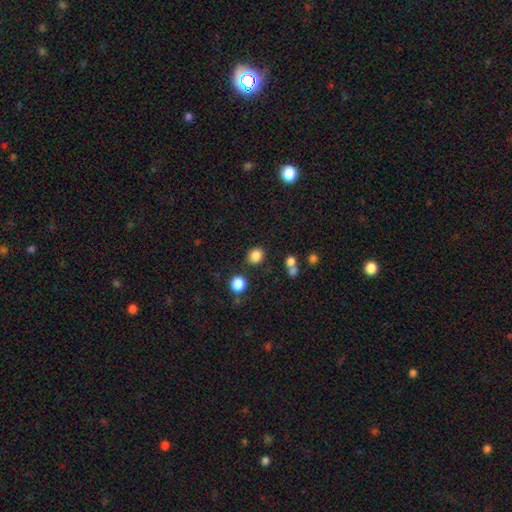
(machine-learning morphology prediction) smooth 84%, star or artifact 12%, featured or disk 4%. Down the decision tree: how rounded — round (74%); merging — none (83%).